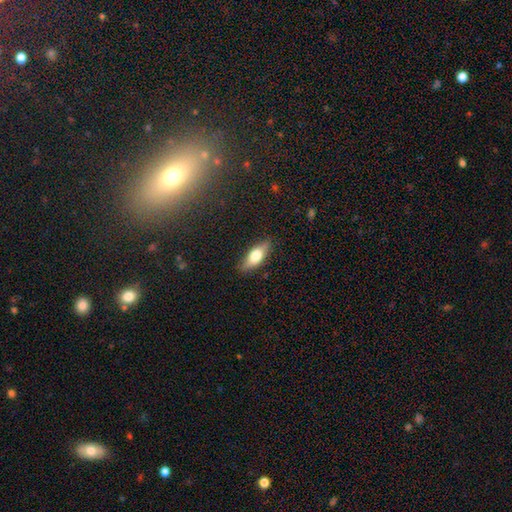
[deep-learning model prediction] Smooth or featured? smooth (68%)
How rounded? in between (68%)
Merging? none (86%)